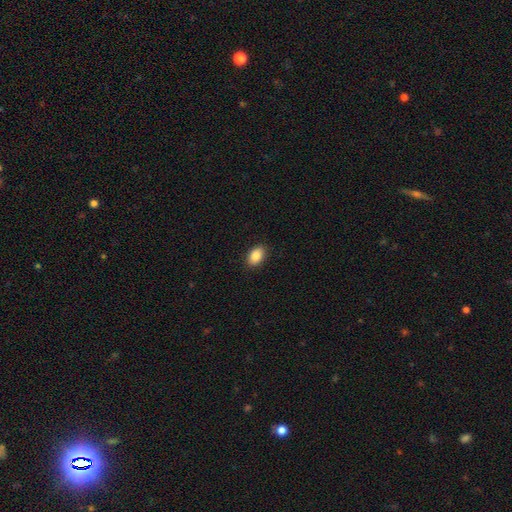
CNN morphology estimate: smooth_or_featured: smooth (p=0.88) [alt: star or artifact p=0.07]
how_rounded: in between (p=0.89) [alt: round p=0.10]
merging: none (p=0.89) [alt: minor disturbance p=0.08]